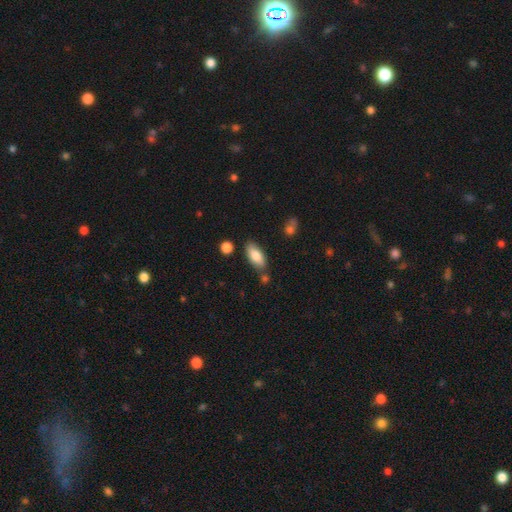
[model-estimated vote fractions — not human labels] Smooth or featured?
  - smooth: 80% *
  - featured or disk: 14%
  - star or artifact: 7%
How rounded?
  - in between: 86% *
  - cigar-shaped: 12%
  - round: 2%
Merging?
  - none: 77% *
  - minor disturbance: 13%
  - merger: 7%
  - major disturbance: 3%